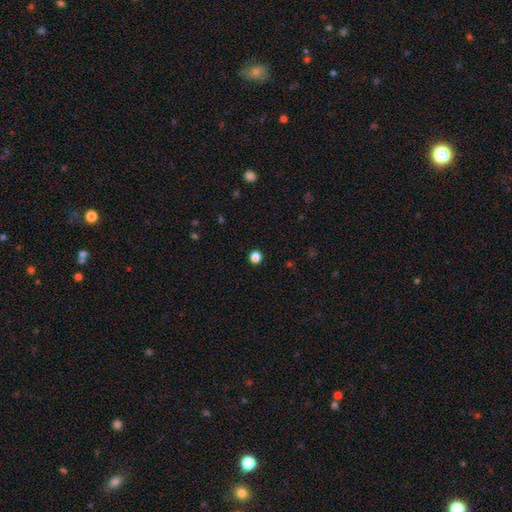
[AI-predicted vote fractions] A smooth galaxy with no disk features (82%) that is round (87%). Merging: none (92%).